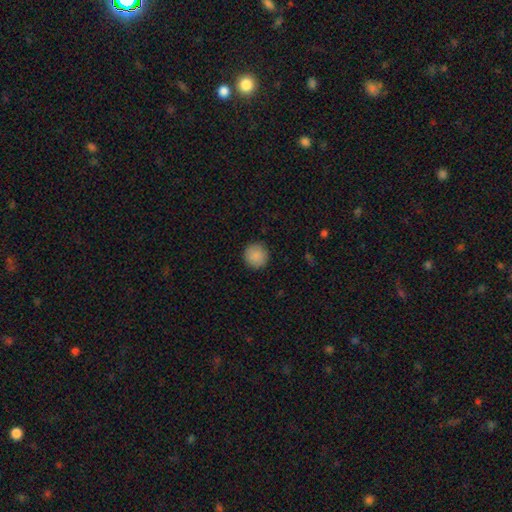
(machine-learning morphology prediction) Q: Smooth or featured?
A: smooth (89%); runner-up: star or artifact (8%)
Q: How rounded?
A: round (95%); runner-up: in between (4%)
Q: Merging?
A: none (92%); runner-up: minor disturbance (5%)